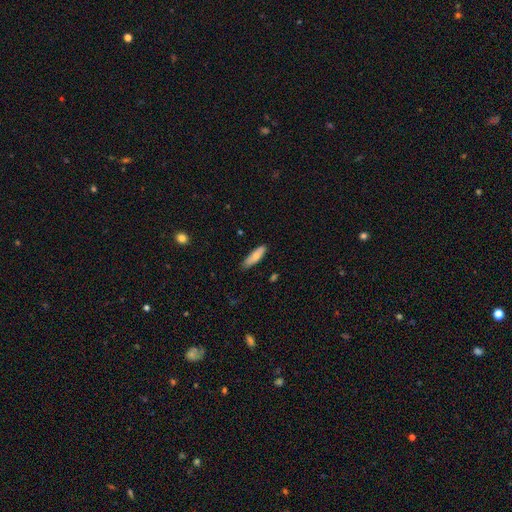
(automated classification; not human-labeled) smooth_or_featured: smooth (p=0.75) [alt: featured or disk p=0.19]
how_rounded: cigar-shaped (p=0.51) [alt: in between p=0.47]
merging: none (p=0.79) [alt: minor disturbance p=0.17]